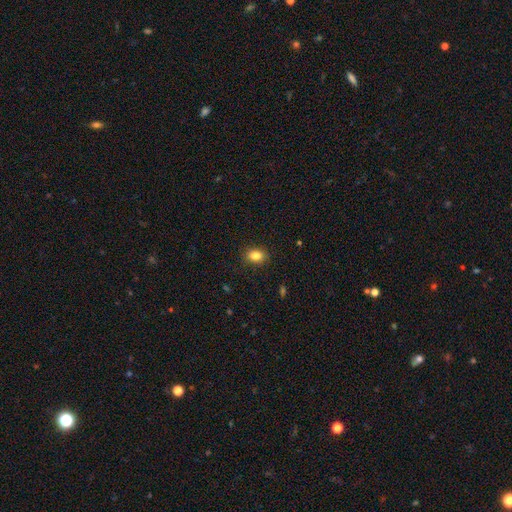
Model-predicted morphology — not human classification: The model was most divided on "how rounded": in between: 72%, round: 26%, cigar-shaped: 1%. More confident: merging — none (88%); smooth or featured — smooth (85%).